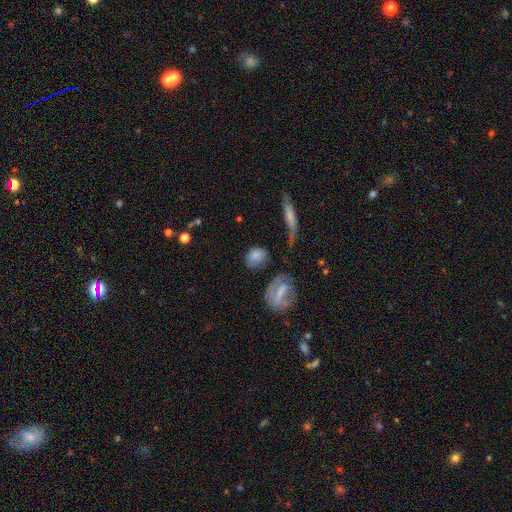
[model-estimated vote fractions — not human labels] Smooth or featured?
  - smooth: 77% *
  - featured or disk: 15%
  - star or artifact: 9%
How rounded?
  - in between: 51% *
  - round: 45%
  - cigar-shaped: 4%
Merging?
  - none: 63% *
  - minor disturbance: 19%
  - major disturbance: 10%
  - merger: 8%